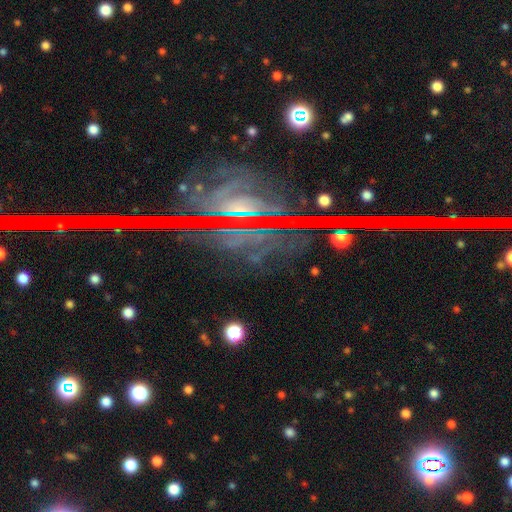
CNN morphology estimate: This appears to be a star or artifact, not a galaxy (59%).